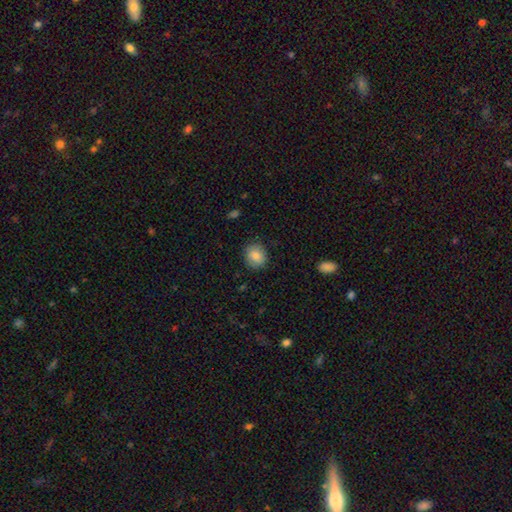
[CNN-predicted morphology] Smooth or featured? Predicted: smooth (p=0.84). How rounded? Predicted: round (p=0.68). Merging? Predicted: none (p=0.85).